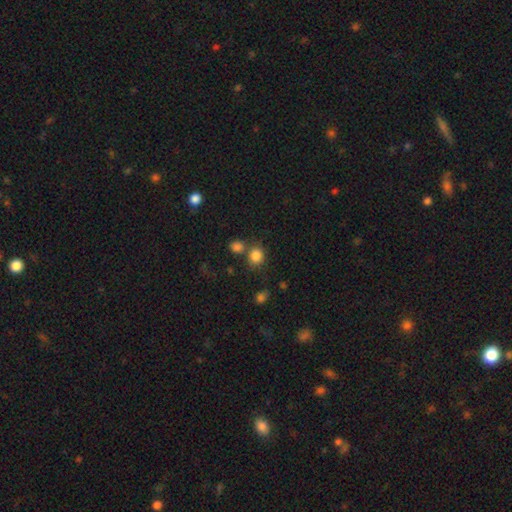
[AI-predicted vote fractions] The model was most divided on "merging": none: 66%, merger: 20%, minor disturbance: 10%, major disturbance: 4%. More confident: smooth or featured — smooth (82%); how rounded — round (79%).